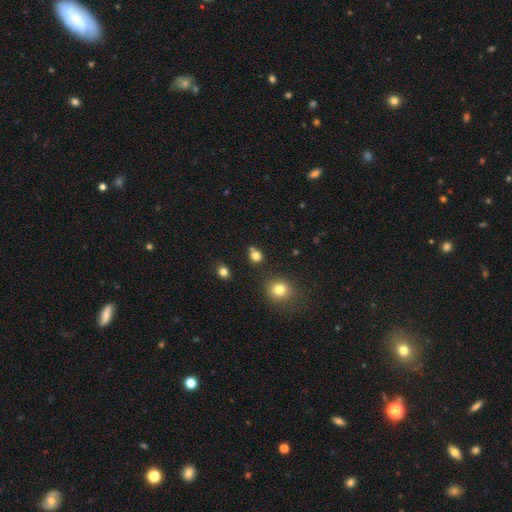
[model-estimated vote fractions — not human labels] Smooth or featured: smooth — 79% (star or artifact — 15%)
How rounded: round — 82% (in between — 17%)
Merging: none — 75% (merger — 13%)